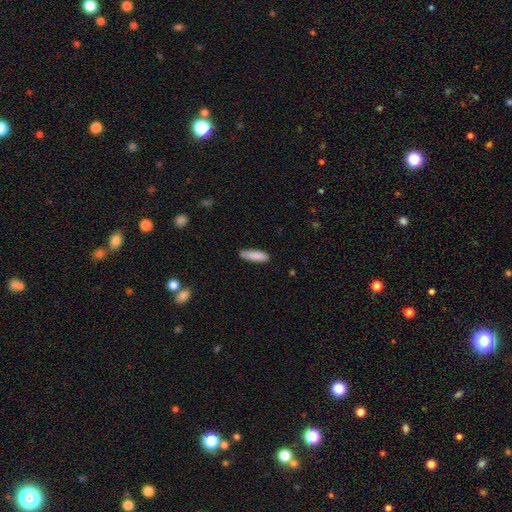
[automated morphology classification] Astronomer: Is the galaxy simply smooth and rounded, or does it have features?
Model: smooth — 87%.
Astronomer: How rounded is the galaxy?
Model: cigar-shaped — 68%.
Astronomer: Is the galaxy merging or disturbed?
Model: none — 82%.